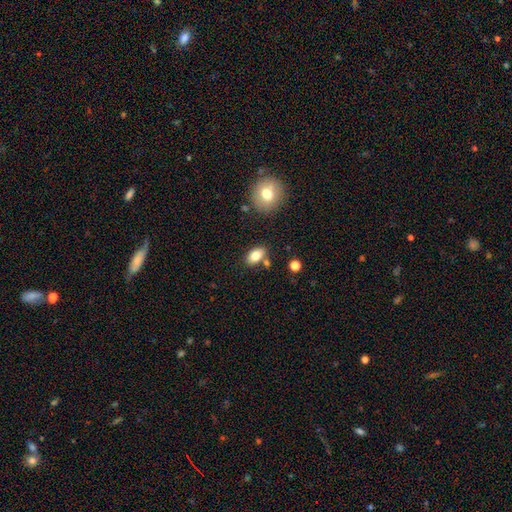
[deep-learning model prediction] Overall: smooth (81%). How rounded: in between (88%). Merging: none (75%).